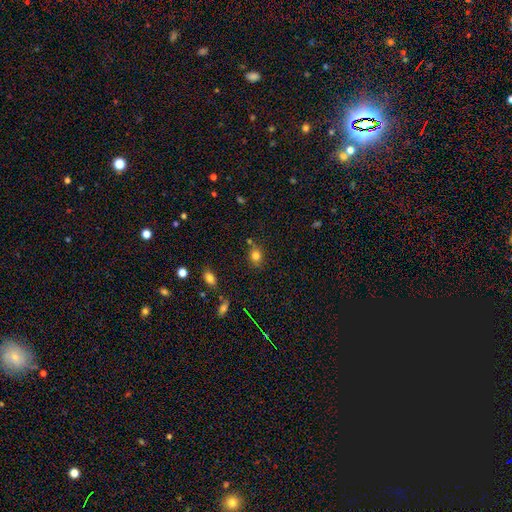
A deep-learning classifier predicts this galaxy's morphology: Q: Smooth or featured?
A: smooth (80%); runner-up: star or artifact (13%)
Q: How rounded?
A: round (60%); runner-up: in between (38%)
Q: Merging?
A: none (72%); runner-up: minor disturbance (16%)